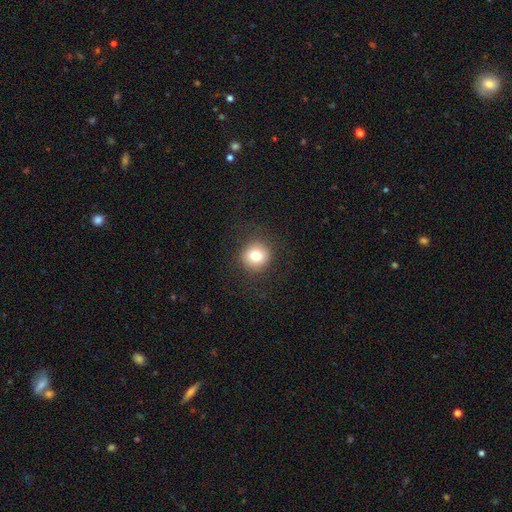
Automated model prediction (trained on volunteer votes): This appears to be a smooth galaxy with no disk features (82%) that is round (91%). Merging: none (87%).